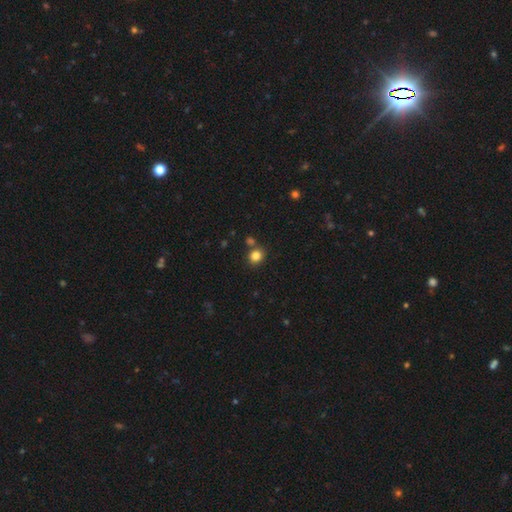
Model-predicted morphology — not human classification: This is clearly a smooth galaxy (83%). How rounded: clearly round (82%). Merging: likely none (76%).